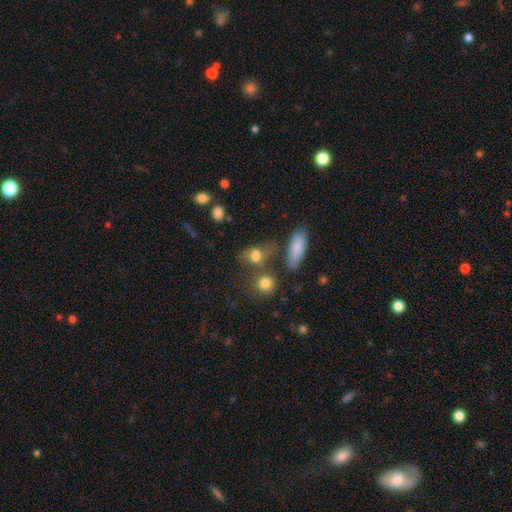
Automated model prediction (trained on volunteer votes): The model was most divided on "how rounded": in between: 53%, round: 41%, cigar-shaped: 6%. Remaining: smooth or featured — smooth (75%); merging — none (49%).